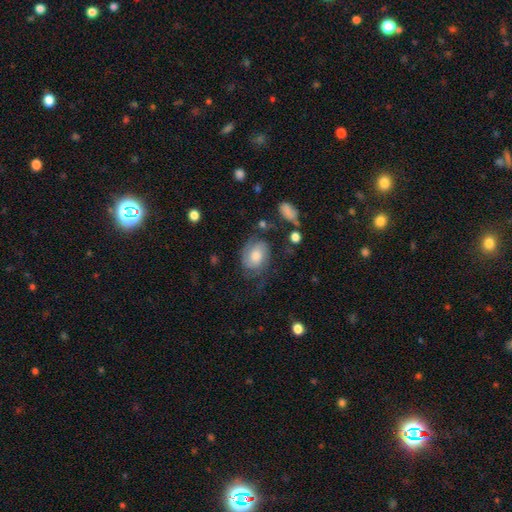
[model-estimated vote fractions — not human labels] A featured or disk galaxy (66%) with no bar (69%), 2 (69%) tight (45%) spiral arms (90%) and a moderate central bulge (54%). Merging: none (61%).